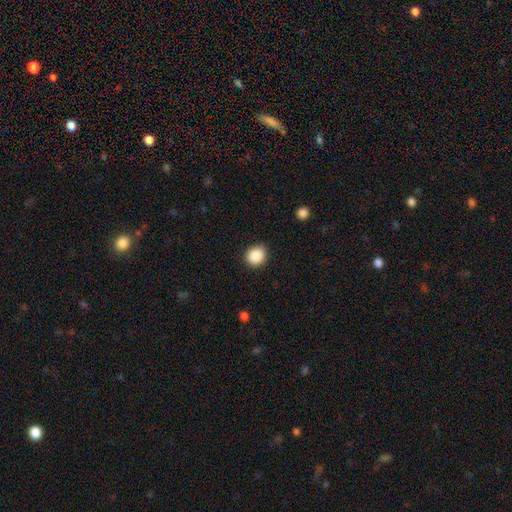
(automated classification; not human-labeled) Morphology: type=smooth (88%); roundness=round (79%); merging=none (87%).